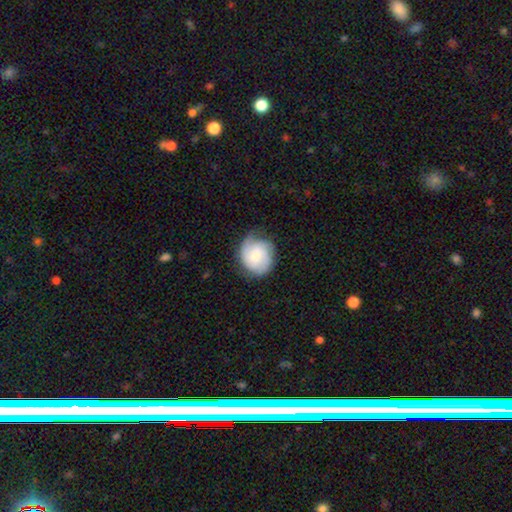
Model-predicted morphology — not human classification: A featured or disk galaxy (57%) with no bar (72%), 3 (38%) tight (45%) spiral arms (92%) and a moderate central bulge (51%). Merging: none (65%).